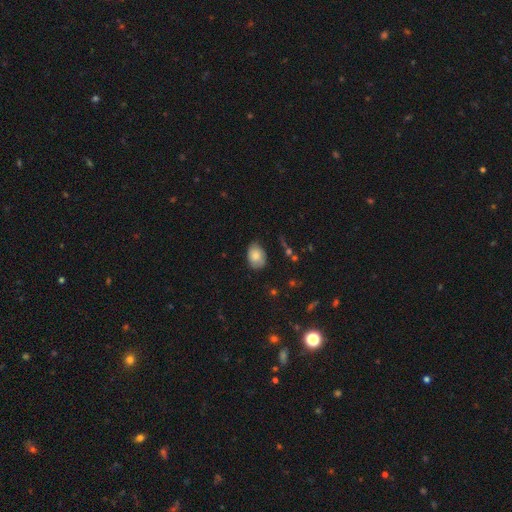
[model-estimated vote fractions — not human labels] smooth 77%, featured or disk 15%, star or artifact 8%. Down the decision tree: how rounded — in between (76%); merging — none (70%).